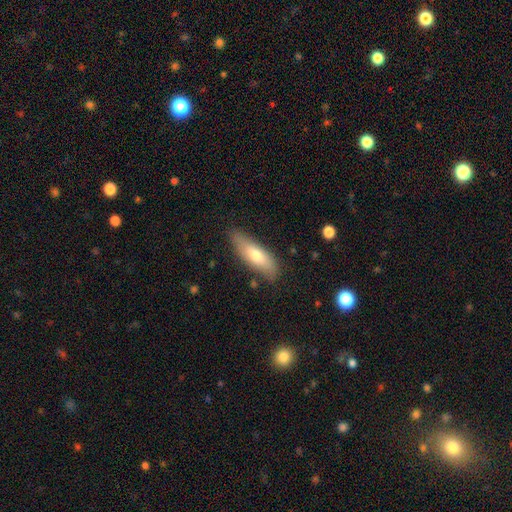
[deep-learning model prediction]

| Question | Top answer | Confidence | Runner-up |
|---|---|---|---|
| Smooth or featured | smooth | 67% | featured or disk (27%) |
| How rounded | in between | 57% | cigar-shaped (40%) |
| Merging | none | 79% | minor disturbance (16%) |